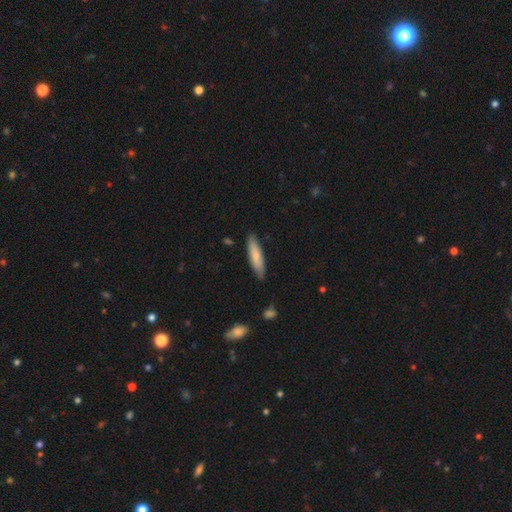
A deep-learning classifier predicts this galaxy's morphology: smooth-or-featured: smooth: 76% | featured or disk: 18% | star or artifact: 5%
  how-rounded: cigar-shaped: 77% | in between: 22% | round: 1%
  merging: none: 84% | minor disturbance: 12% | major disturbance: 2% | merger: 1%